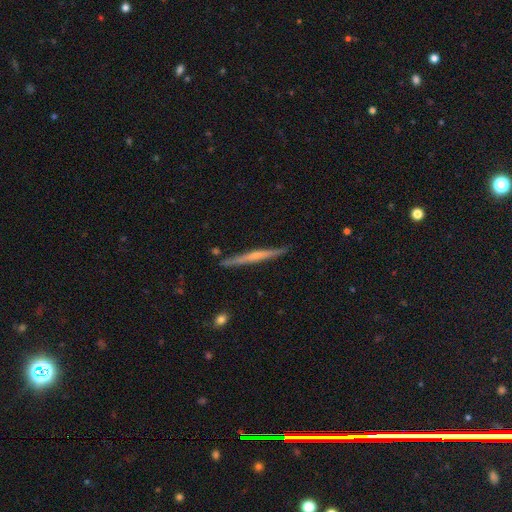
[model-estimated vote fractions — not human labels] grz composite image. It shows a featured or disk galaxy (61%) viewed edge-on (97%) with no central bulge (51%). Merging: none (89%).